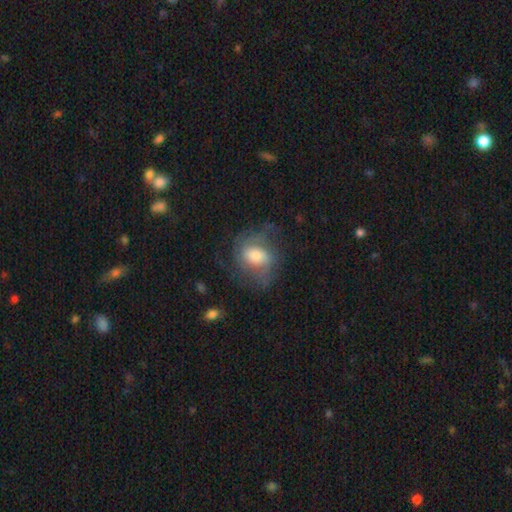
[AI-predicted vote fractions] Q: Smooth or featured?
A: featured or disk (56%); runner-up: smooth (36%)
Q: Edge-on disk?
A: no (96%); runner-up: yes (4%)
Q: Bar?
A: no (53%); runner-up: weak (35%)
Q: Spiral arms?
A: yes (79%); runner-up: no (21%)
Q: Bulge size?
A: moderate (54%); runner-up: small (21%)
Q: Merging?
A: none (57%); runner-up: minor disturbance (22%)